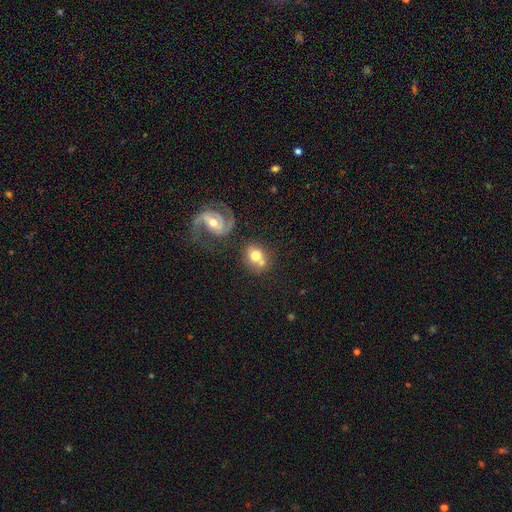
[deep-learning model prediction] A smooth galaxy with no disk features (62%) that is round (64%).

Vote fractions:
- Smooth or featured? smooth: 62% / featured or disk: 30% / star or artifact: 8%
- How rounded? round: 64% / in between: 35% / cigar-shaped: 1%
- Merging? none: 47% / merger: 35% / minor disturbance: 12% / major disturbance: 6%